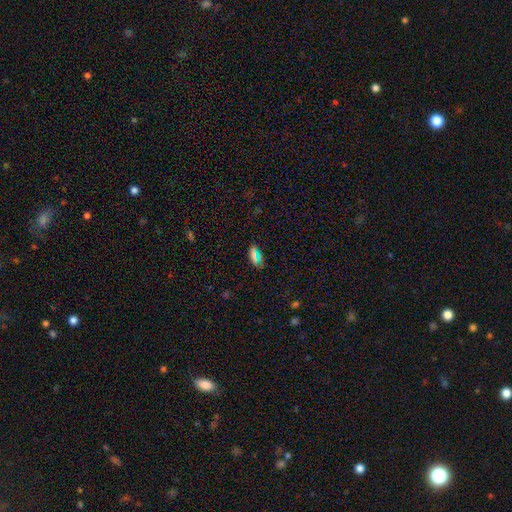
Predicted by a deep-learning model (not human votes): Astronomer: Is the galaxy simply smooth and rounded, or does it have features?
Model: smooth — 61%.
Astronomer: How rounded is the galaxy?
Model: in between — 79%.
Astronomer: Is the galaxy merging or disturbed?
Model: none — 75%.